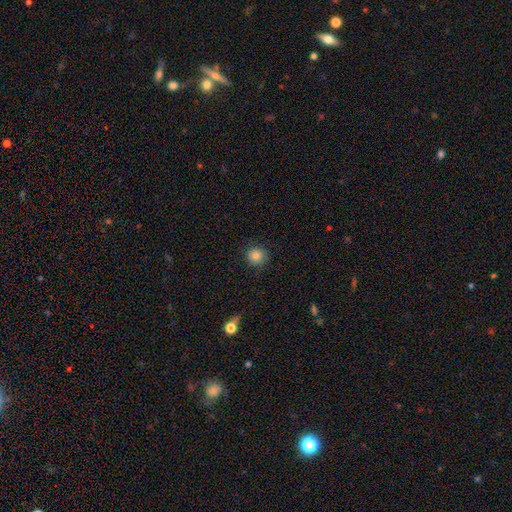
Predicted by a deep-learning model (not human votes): This appears to be a smooth galaxy with no disk features (84%) that is round (89%). Merging: none (87%).